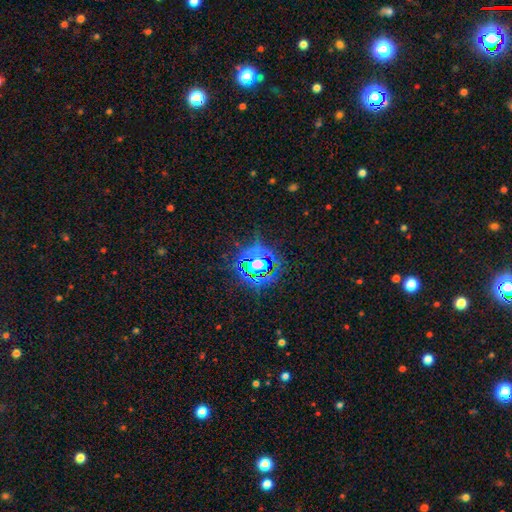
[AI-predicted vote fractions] This appears to be a star or artifact, not a galaxy (82%).